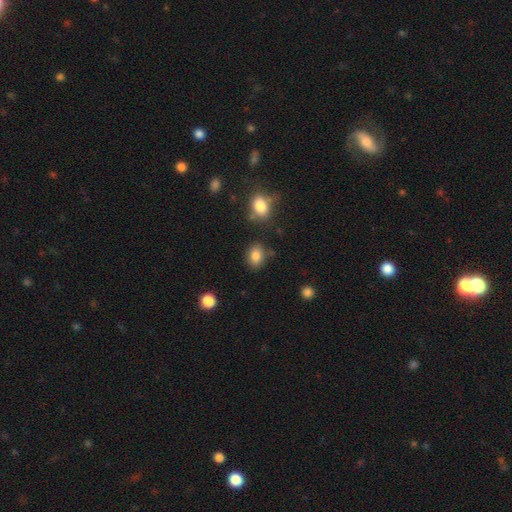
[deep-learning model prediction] Smooth or featured: smooth — 85% (star or artifact — 10%)
How rounded: in between — 68% (round — 30%)
Merging: none — 76% (minor disturbance — 15%)